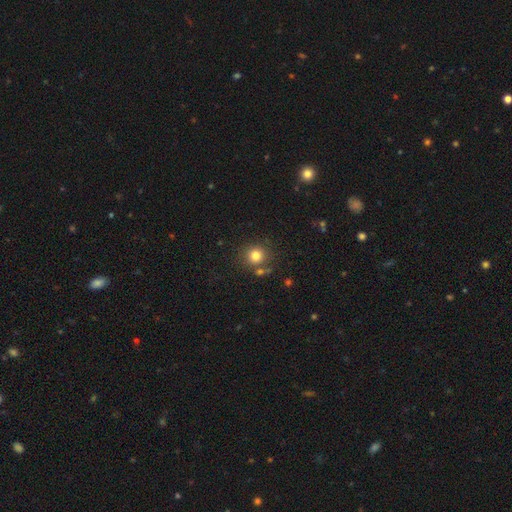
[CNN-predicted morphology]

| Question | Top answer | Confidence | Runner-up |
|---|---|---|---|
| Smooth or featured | smooth | 80% | star or artifact (13%) |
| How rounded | round | 89% | in between (10%) |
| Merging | none | 76% | merger (11%) |